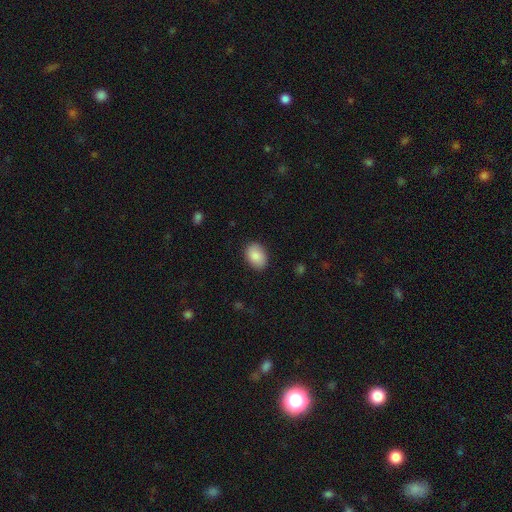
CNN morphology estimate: A smooth galaxy with no disk features (87%) that is in between round and cigar-shaped (79%).

Vote fractions:
- Smooth or featured? smooth: 87% / star or artifact: 7% / featured or disk: 6%
- How rounded? in between: 79% / round: 20% / cigar-shaped: 1%
- Merging? none: 87% / minor disturbance: 9% / major disturbance: 2% / merger: 1%